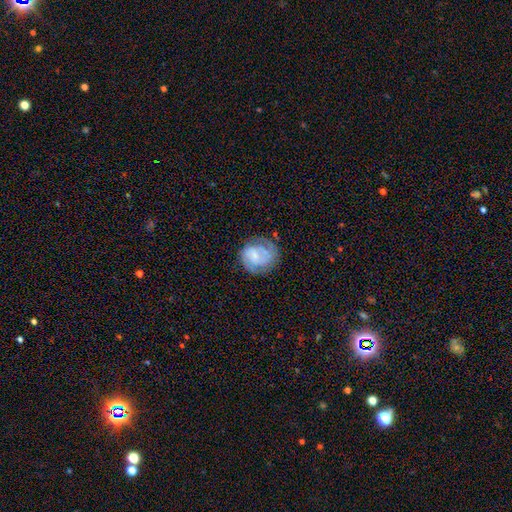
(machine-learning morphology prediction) Q: Smooth or featured?
A: featured or disk (68%); runner-up: smooth (25%)
Q: Edge-on disk?
A: no (98%); runner-up: yes (2%)
Q: Bar?
A: weak (45%); runner-up: no (43%)
Q: Spiral arms?
A: yes (88%); runner-up: no (12%)
Q: Spiral winding?
A: tight (53%); runner-up: medium (35%)
Q: Spiral arm count?
A: 2 (52%); runner-up: can't tell (24%)
Q: Bulge size?
A: small (47%); runner-up: moderate (23%)
Q: Merging?
A: none (61%); runner-up: minor disturbance (22%)